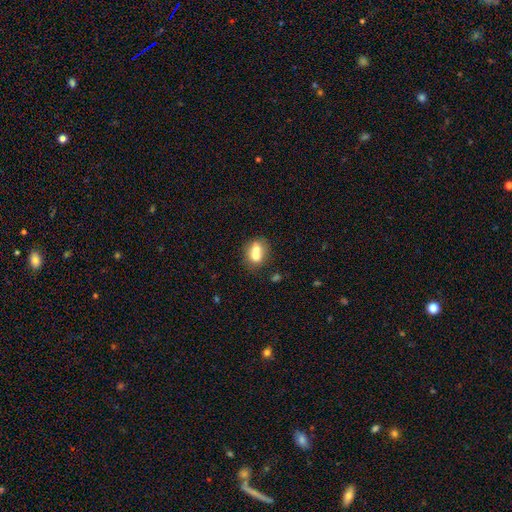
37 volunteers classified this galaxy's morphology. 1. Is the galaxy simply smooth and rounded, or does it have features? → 70% smooth, 27% featured or disk, 3% star or artifact.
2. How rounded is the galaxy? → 58% round, 42% in between, 0% cigar-shaped.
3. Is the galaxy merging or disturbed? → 69% merger, 25% none, 3% minor disturbance, 3% major disturbance.